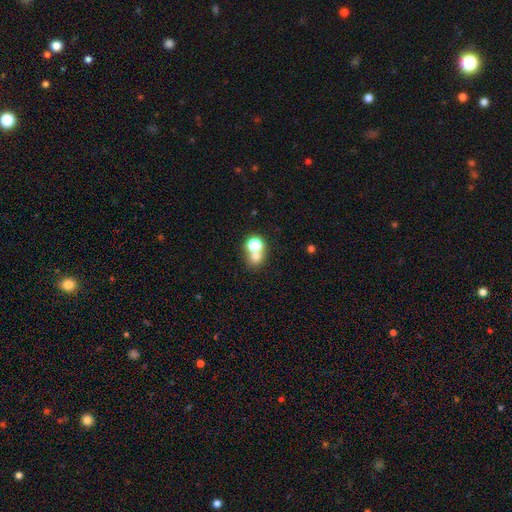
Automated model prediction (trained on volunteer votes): Overall: smooth (69%). How rounded: round (74%). Merging: merger (49%; none 41%).